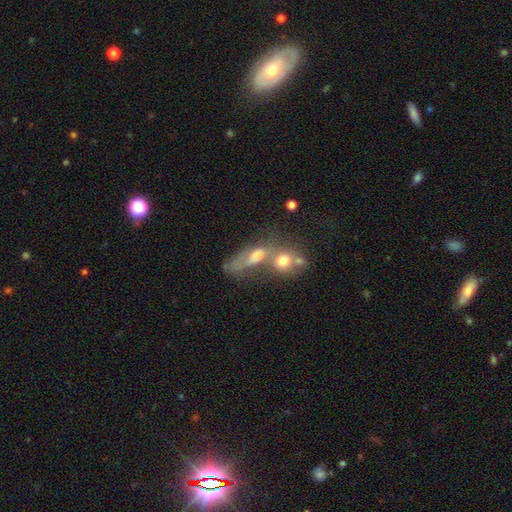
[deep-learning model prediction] Overall: smooth (53%; featured or disk 32%). How rounded: in between (57%; cigar-shaped 25%). Merging: merger (55%; major disturbance 18%).